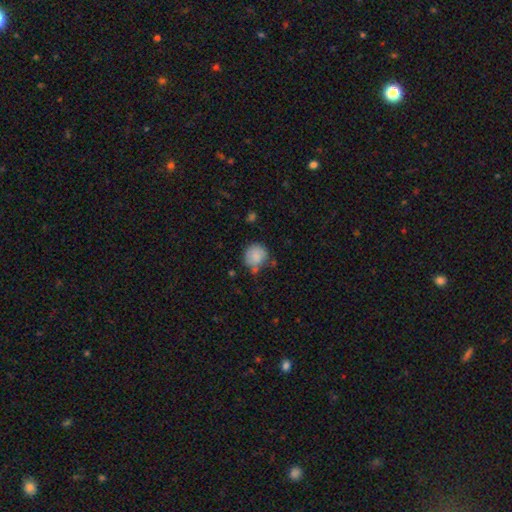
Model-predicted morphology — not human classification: Q: Smooth or featured?
A: smooth (82%); runner-up: featured or disk (10%)
Q: How rounded?
A: round (86%); runner-up: in between (13%)
Q: Merging?
A: none (61%); runner-up: minor disturbance (25%)